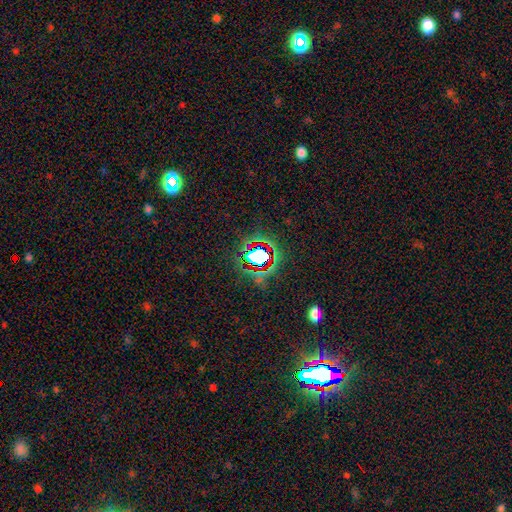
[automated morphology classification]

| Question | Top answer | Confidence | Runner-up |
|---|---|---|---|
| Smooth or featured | star or artifact | 80% | smooth (12%) |